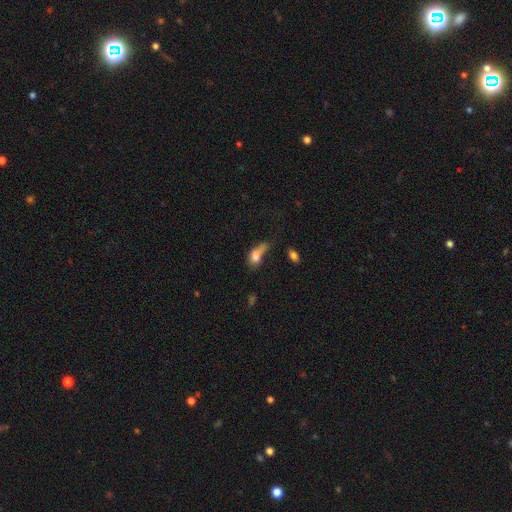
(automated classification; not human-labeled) Smooth or featured: smooth — 71% (featured or disk — 17%)
How rounded: in between — 75% (round — 17%)
Merging: major disturbance — 37% (merger — 22%)